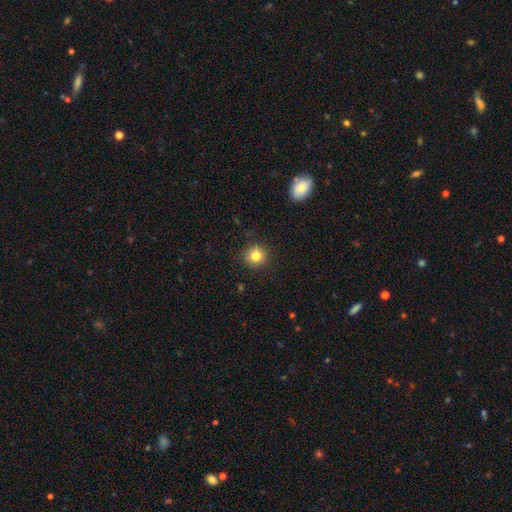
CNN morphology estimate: Smooth or featured? smooth (81%)
How rounded? round (92%)
Merging? none (91%)